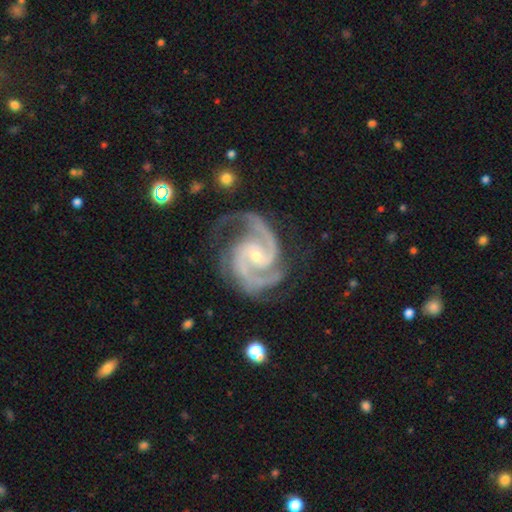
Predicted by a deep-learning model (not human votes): Smooth or featured? featured or disk (94%)
Edge-on disk? no (98%)
Bar? no (55%)
Spiral arms? yes (99%)
Spiral winding? medium (58%)
Spiral arm count? 2 (74%)
Bulge size? small (73%)
Merging? none (70%)